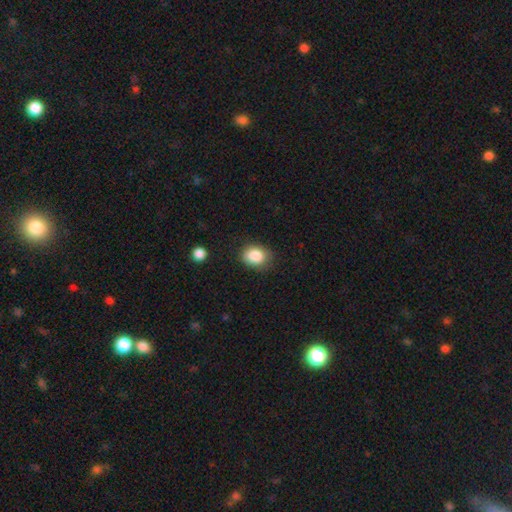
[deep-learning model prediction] This is clearly a smooth galaxy (86%). How rounded: possibly in between (51%). Merging: likely none (78%).